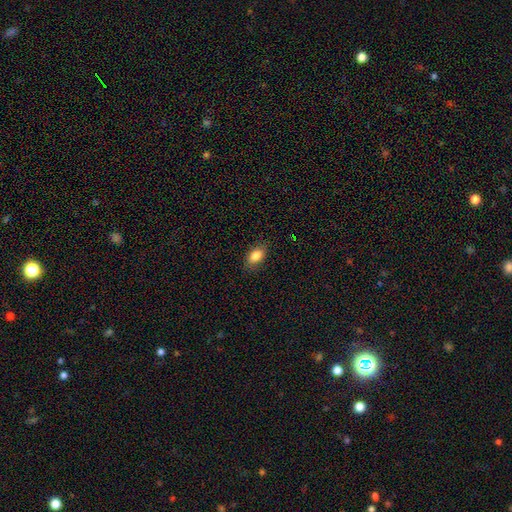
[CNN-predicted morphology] type=smooth (84%); roundness=in between (88%); merging=none (85%).